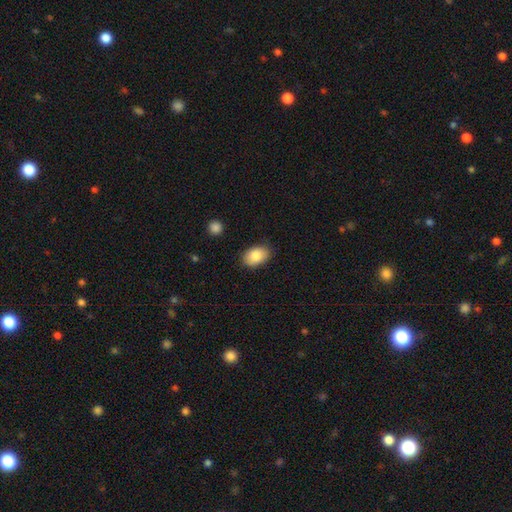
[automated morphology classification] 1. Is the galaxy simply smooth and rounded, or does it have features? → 85% smooth, 8% featured or disk, 7% star or artifact.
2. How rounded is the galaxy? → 86% in between, 13% round, 1% cigar-shaped.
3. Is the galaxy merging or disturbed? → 84% none, 12% minor disturbance, 2% major disturbance, 1% merger.